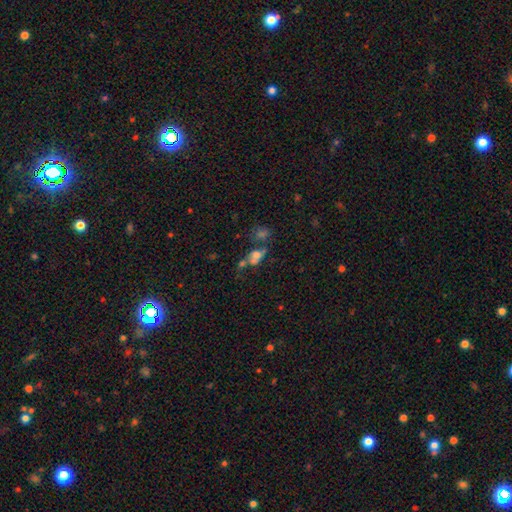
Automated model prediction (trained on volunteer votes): Q: Smooth or featured?
A: smooth (56%); runner-up: featured or disk (25%)
Q: How rounded?
A: in between (60%); runner-up: round (34%)
Q: Merging?
A: merger (47%); runner-up: none (28%)